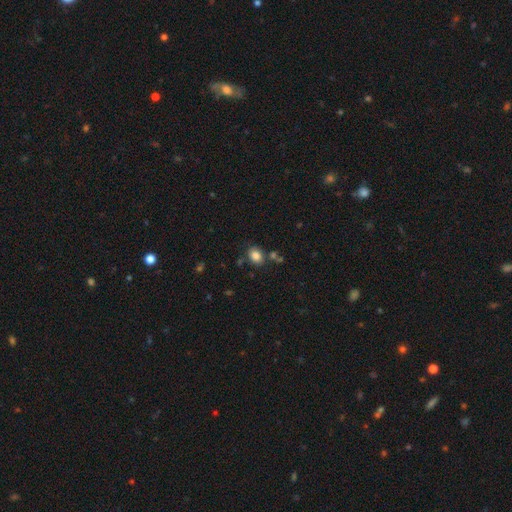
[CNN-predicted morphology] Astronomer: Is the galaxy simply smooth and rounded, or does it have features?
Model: smooth — 83%.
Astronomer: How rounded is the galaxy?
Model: in between — 58% (runner-up: round, 41%).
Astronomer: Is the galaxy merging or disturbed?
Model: none — 73%.